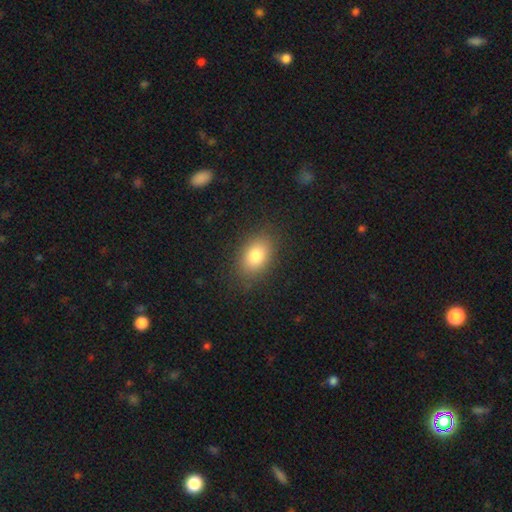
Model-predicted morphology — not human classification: This is clearly a smooth galaxy (81%). How rounded: clearly in between (83%). Merging: clearly none (85%).